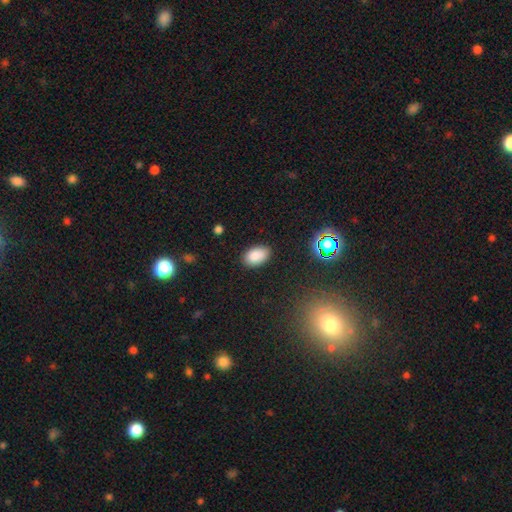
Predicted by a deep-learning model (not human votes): Morphology: type=smooth (85%); roundness=in between (91%); merging=none (84%).